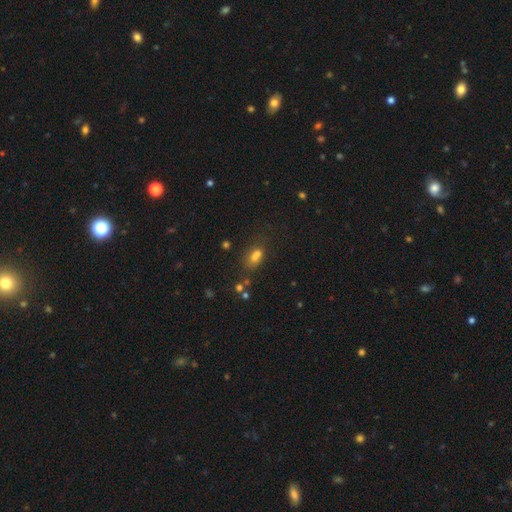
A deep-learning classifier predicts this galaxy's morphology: The model was most divided on "smooth or featured": smooth: 65%, star or artifact: 24%, featured or disk: 11%. More confident: how rounded — in between (74%); merging — none (62%).